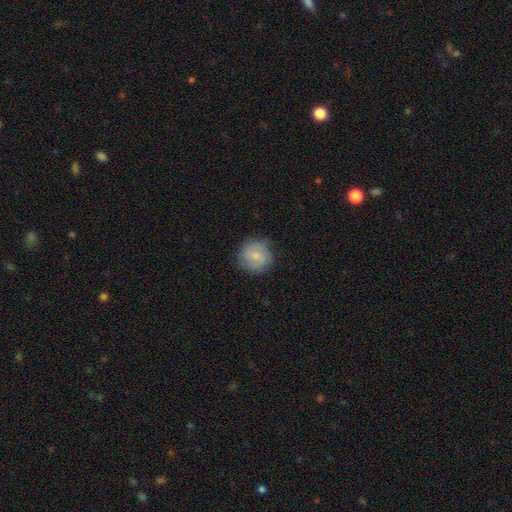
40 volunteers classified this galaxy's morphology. Smooth or featured? 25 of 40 (62%) said smooth. How rounded? 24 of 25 (96%) said round. Merging? 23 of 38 (61%) said none.